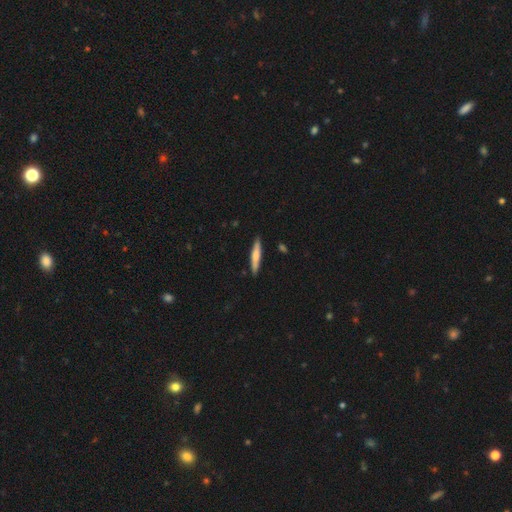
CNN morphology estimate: A smooth galaxy with no disk features (61%) that is cigar-shaped (91%). Merging: none (88%).